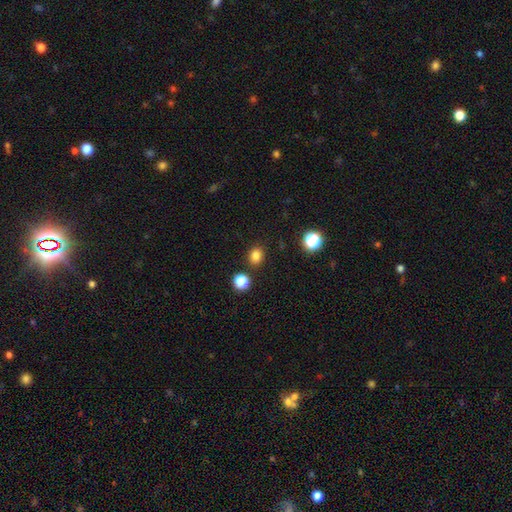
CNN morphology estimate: Smooth or featured? Predicted: smooth (p=0.82). How rounded? Predicted: round (p=0.66). Merging? Predicted: none (p=0.85).